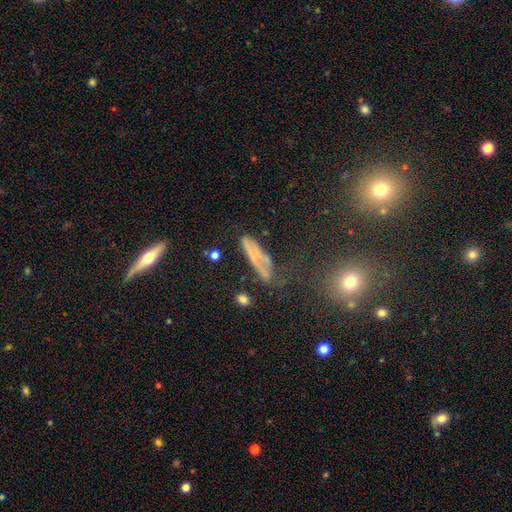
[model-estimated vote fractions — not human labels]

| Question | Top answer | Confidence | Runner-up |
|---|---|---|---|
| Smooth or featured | smooth | 46% | featured or disk (39%) |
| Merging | none | 50% | minor disturbance (27%) |